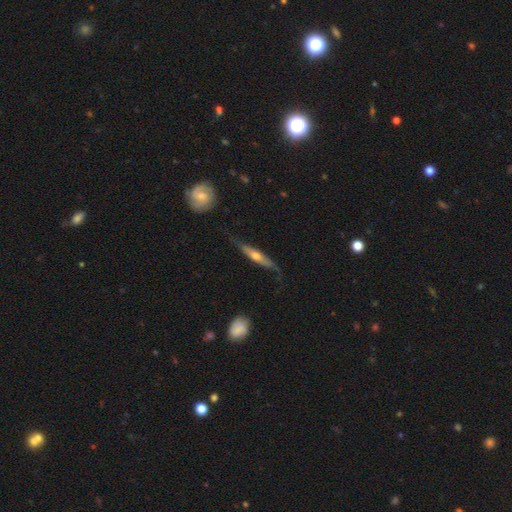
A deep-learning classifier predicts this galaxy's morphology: Overall: featured or disk (60%; smooth 34%). Edge-on disk: yes (78%). Merging: none (64%; minor disturbance 25%).